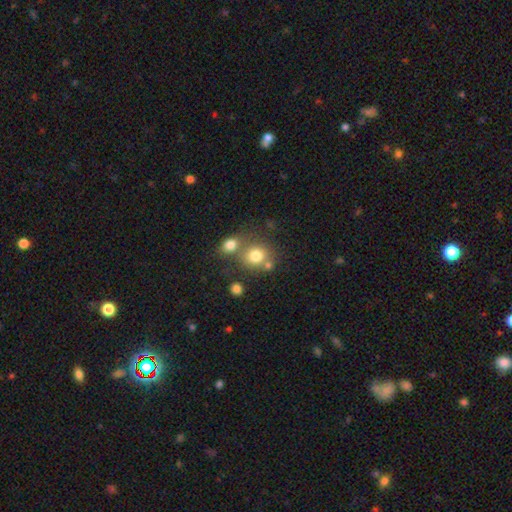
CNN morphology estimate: A smooth galaxy with no disk features (77%) that is round (81%).

Vote fractions:
- Smooth or featured? smooth: 77% / star or artifact: 12% / featured or disk: 11%
- How rounded? round: 81% / in between: 18% / cigar-shaped: 1%
- Merging? none: 54% / merger: 32% / minor disturbance: 10% / major disturbance: 5%